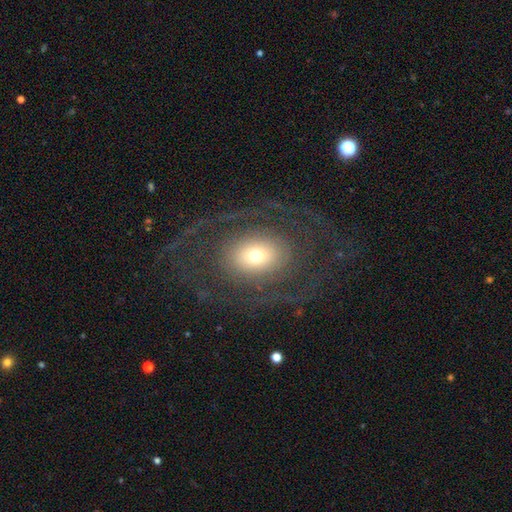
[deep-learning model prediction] This appears to be a featured or disk galaxy (63%) with no bar (80%), spiral arms (71%) and a moderate central bulge (53%). Merging: none (67%).